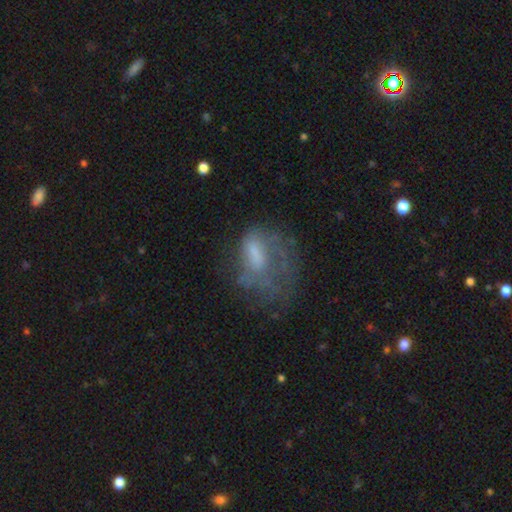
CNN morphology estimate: A featured or disk galaxy (48%).

Vote fractions:
- Smooth or featured? featured or disk: 48% / smooth: 39% / star or artifact: 13%
- Merging? major disturbance: 43% / none: 33% / minor disturbance: 21% / merger: 4%